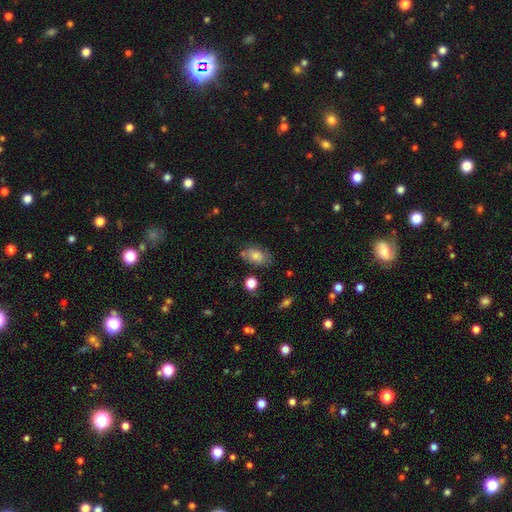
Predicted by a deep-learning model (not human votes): This is likely a smooth galaxy (76%). How rounded: clearly in between (89%). Merging: likely none (66%).